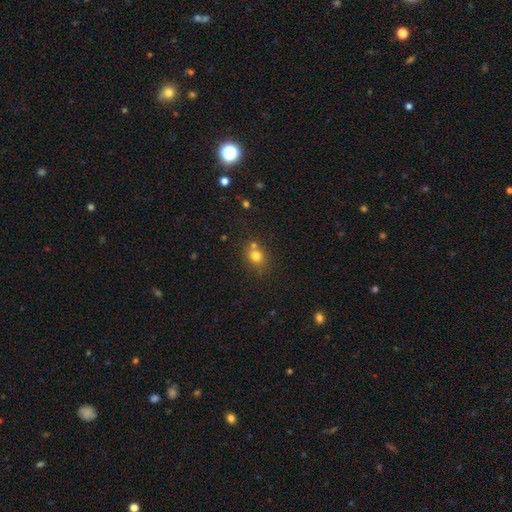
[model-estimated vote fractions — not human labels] Smooth or featured?
  - smooth: 75% *
  - star or artifact: 15%
  - featured or disk: 10%
How rounded?
  - round: 67% *
  - in between: 32%
  - cigar-shaped: 1%
Merging?
  - none: 60% *
  - merger: 23%
  - minor disturbance: 13%
  - major disturbance: 4%